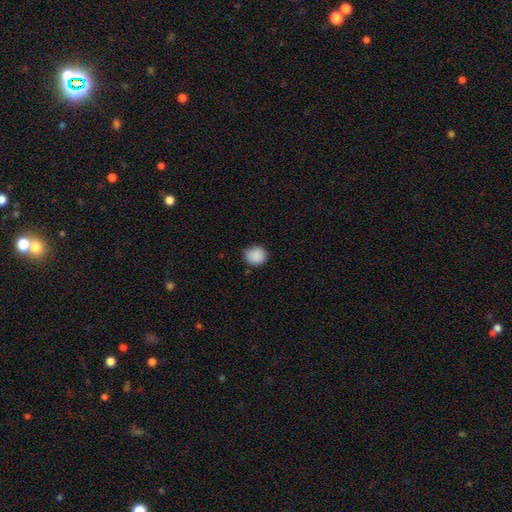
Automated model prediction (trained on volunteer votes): Smooth or featured? Predicted: smooth (p=0.89). How rounded? Predicted: round (p=0.88). Merging? Predicted: none (p=0.84).